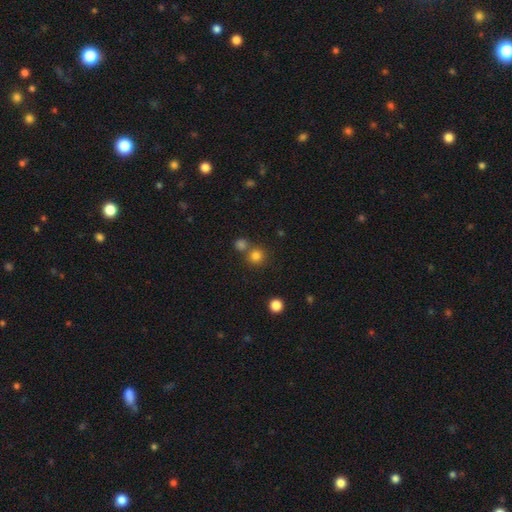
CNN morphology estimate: This is likely a smooth galaxy (79%). How rounded: clearly round (92%). Merging: likely none (69%).